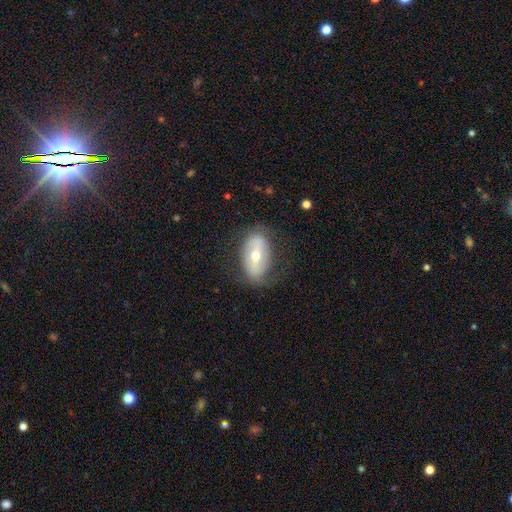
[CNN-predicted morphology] Q: Smooth or featured?
A: featured or disk (54%); runner-up: smooth (39%)
Q: Edge-on disk?
A: no (86%); runner-up: yes (14%)
Q: Merging?
A: none (70%); runner-up: minor disturbance (20%)